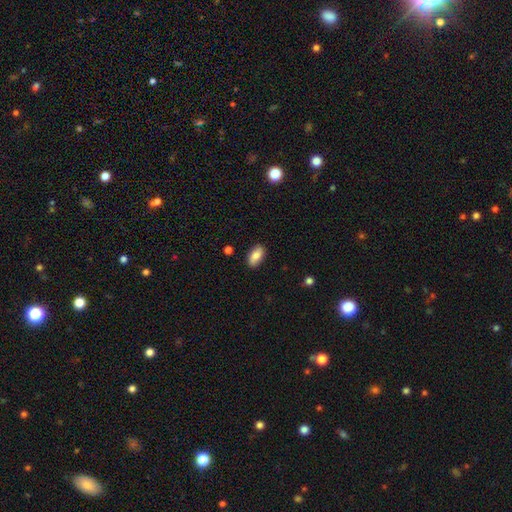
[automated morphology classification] A smooth galaxy with no disk features (84%) that is in between round and cigar-shaped (93%).

Vote fractions:
- Smooth or featured? smooth: 84% / featured or disk: 9% / star or artifact: 7%
- How rounded? in between: 93% / cigar-shaped: 4% / round: 3%
- Merging? none: 87% / minor disturbance: 9% / major disturbance: 2% / merger: 1%